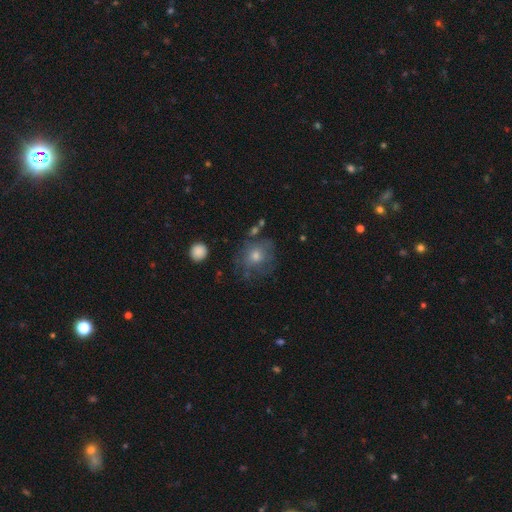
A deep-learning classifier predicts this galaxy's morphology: A smooth galaxy with no disk features (48%). Merging: none (64%).